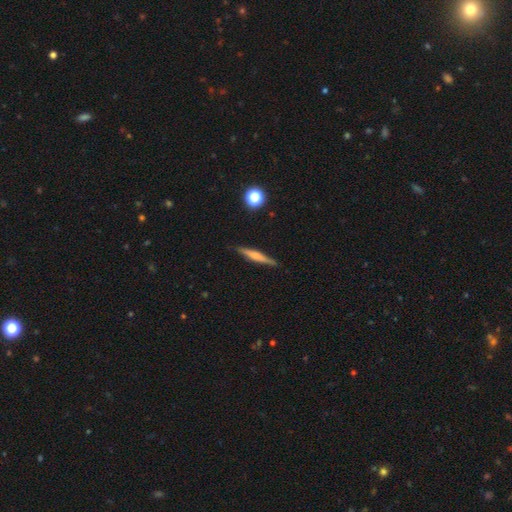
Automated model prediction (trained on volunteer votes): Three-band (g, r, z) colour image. It shows a featured or disk galaxy (53%) viewed edge-on (97%) with a rounded central bulge (58%). Merging: none (88%).